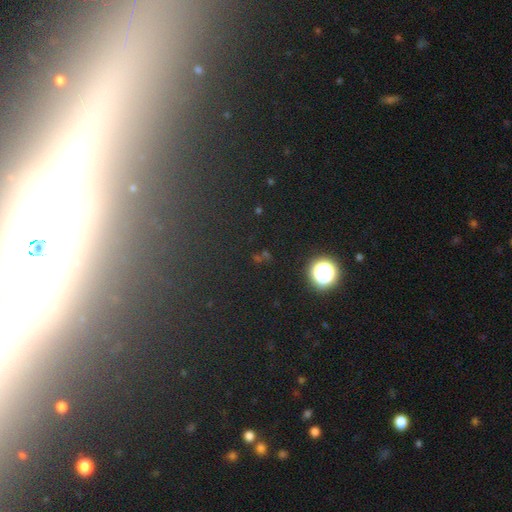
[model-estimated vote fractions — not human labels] featured or disk 44%, star or artifact 37%, smooth 19%. Down the decision tree: merging — none (85%).